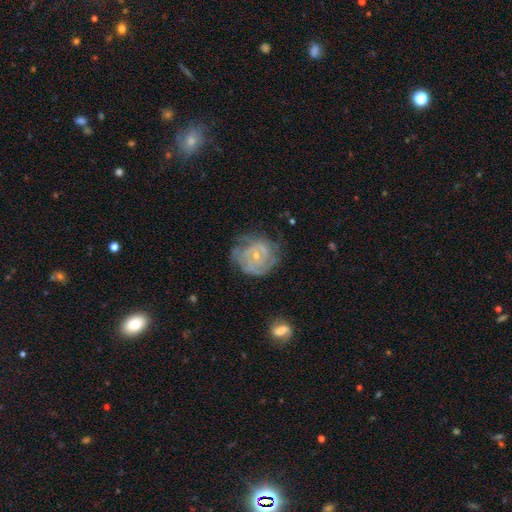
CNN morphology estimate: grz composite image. It shows a featured or disk galaxy (80%) with no bar (65%), tight (68%) spiral arms (89%) and a small central bulge (71%). Merging: none (61%).